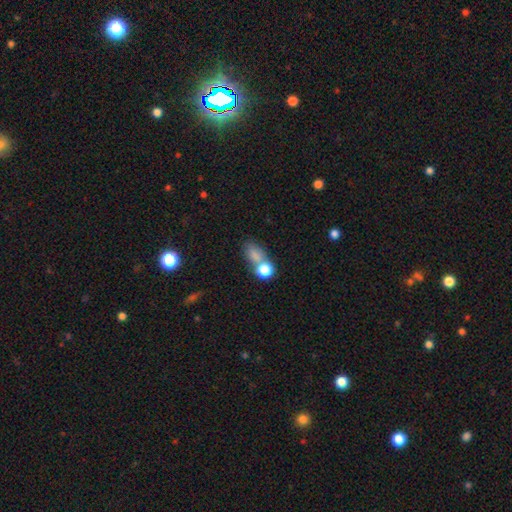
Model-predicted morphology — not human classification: This is likely a smooth galaxy (77%). How rounded: likely in between (67%). Merging: marginally merger (40%, tied with none).